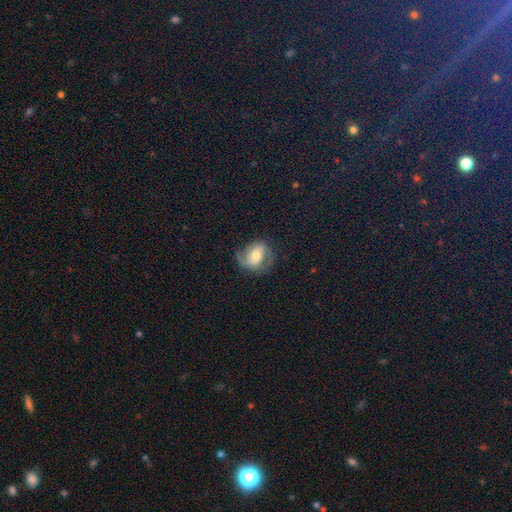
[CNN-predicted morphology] This is likely a featured or disk galaxy (69%). It is clearly not viewed edge-on (97%). Bar: marginally no (41%). Spiral arm pattern: clearly yes (89%). Spiral arm count: clearly 2 (83%). Spiral winding: possibly medium (47%). Central bulge: likely moderate (63%). Merging: likely none (68%).